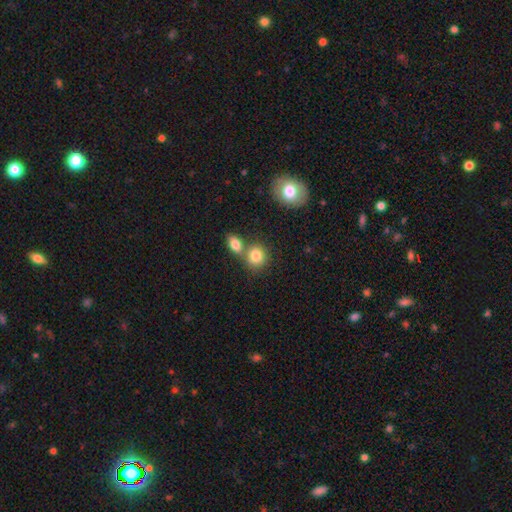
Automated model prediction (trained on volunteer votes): Overall: smooth (82%). How rounded: round (76%). Merging: none (51%; merger 36%).